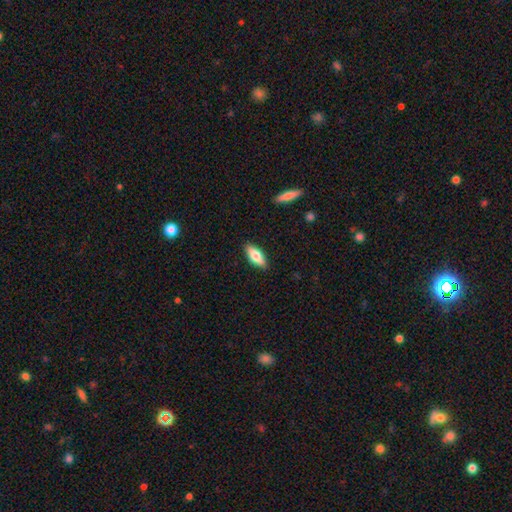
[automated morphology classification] Smooth or featured? smooth (69%)
How rounded? in between (70%)
Merging? none (89%)